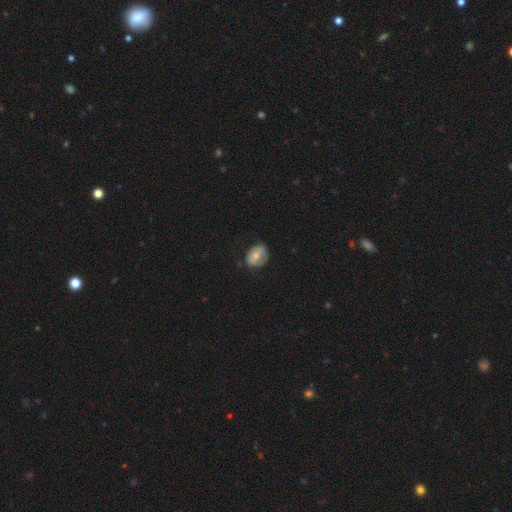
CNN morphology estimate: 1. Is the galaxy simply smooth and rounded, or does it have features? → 57% smooth, 35% featured or disk, 8% star or artifact.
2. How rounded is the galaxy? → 60% in between, 39% round, 1% cigar-shaped.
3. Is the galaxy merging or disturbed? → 63% none, 28% minor disturbance, 8% major disturbance, 2% merger.